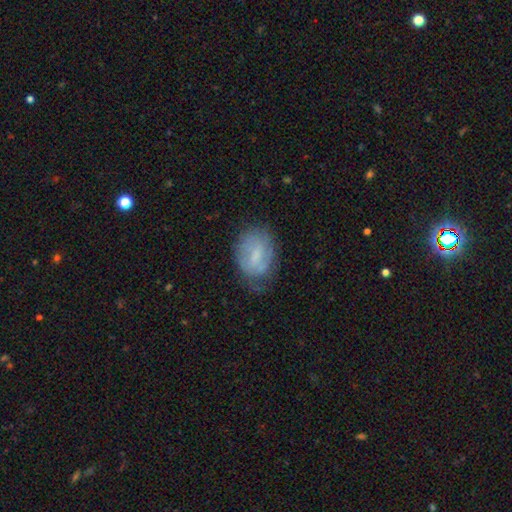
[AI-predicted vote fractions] smooth 48%, featured or disk 44%, star or artifact 8%. Down the decision tree: merging — none (56%).